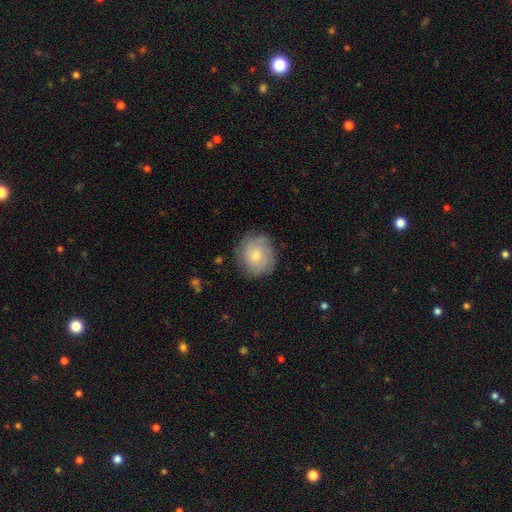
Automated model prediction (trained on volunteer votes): Smooth or featured: smooth — 52% (featured or disk — 40%)
How rounded: round — 81% (in between — 18%)
Merging: none — 78% (minor disturbance — 16%)